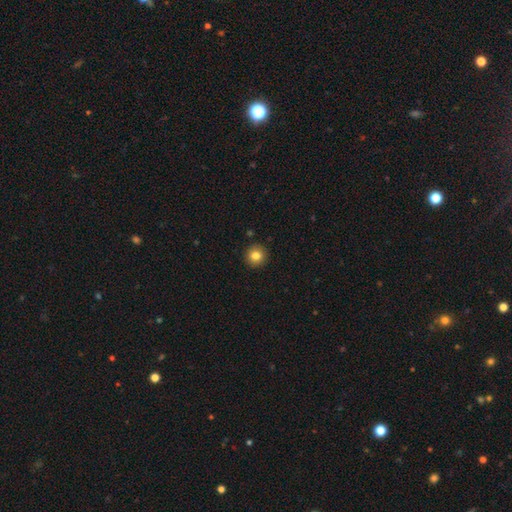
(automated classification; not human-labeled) Morphology: type=smooth (82%); roundness=round (94%); merging=none (92%).